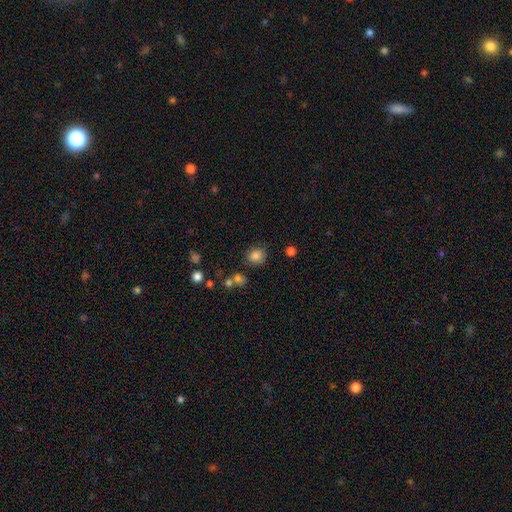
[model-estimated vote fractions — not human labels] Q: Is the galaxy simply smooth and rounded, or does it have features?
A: smooth — 82%.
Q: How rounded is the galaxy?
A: round — 75%.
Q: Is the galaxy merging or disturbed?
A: none — 74%.